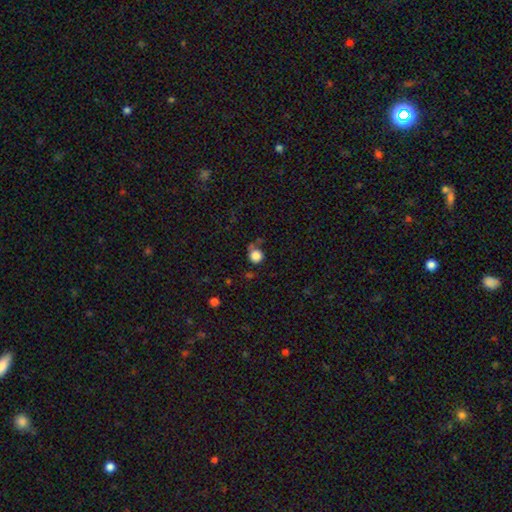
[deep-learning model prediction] smooth_or_featured: smooth (p=0.84) [alt: star or artifact p=0.10]
how_rounded: round (p=0.90) [alt: in between p=0.09]
merging: none (p=0.59) [alt: minor disturbance p=0.21]